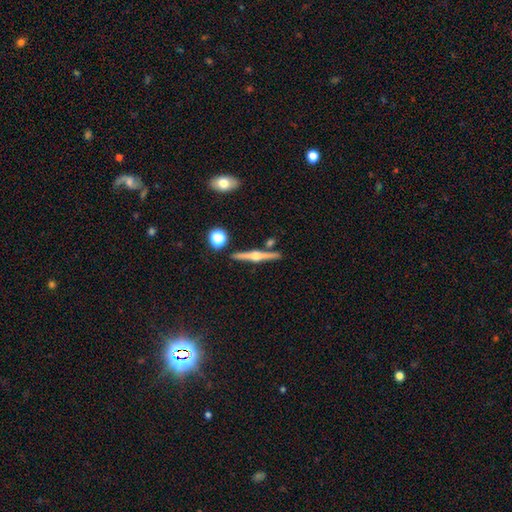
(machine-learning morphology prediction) type=featured or disk (79%); edge-on=yes (98%); edge-on bulge=rounded (94%); merging=none (87%).